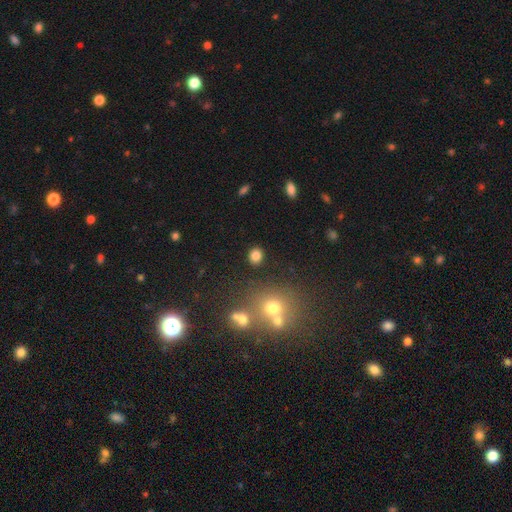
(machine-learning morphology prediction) Smooth or featured?
  - smooth: 82% *
  - star or artifact: 13%
  - featured or disk: 5%
How rounded?
  - round: 74% *
  - in between: 24%
  - cigar-shaped: 1%
Merging?
  - none: 88% *
  - minor disturbance: 6%
  - merger: 3%
  - major disturbance: 2%